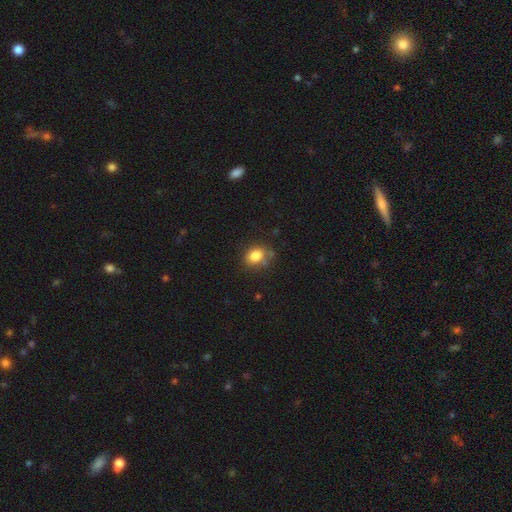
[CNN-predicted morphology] A smooth galaxy with no disk features (82%) that is round (50%). Merging: none (66%).